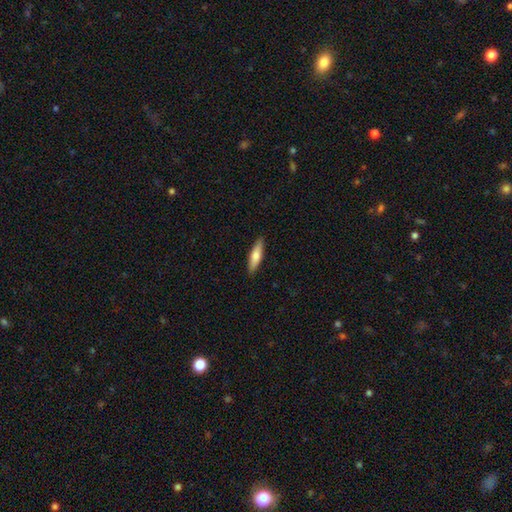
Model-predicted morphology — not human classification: Smooth or featured? smooth (69%)
How rounded? cigar-shaped (69%)
Merging? none (90%)